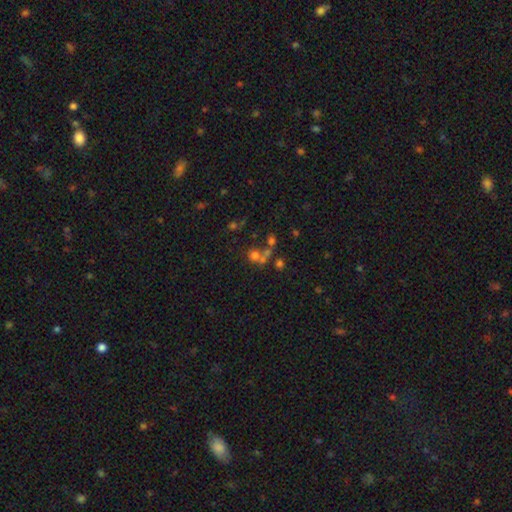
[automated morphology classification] Q: Smooth or featured?
A: smooth (55%); runner-up: star or artifact (27%)
Q: How rounded?
A: round (84%); runner-up: in between (15%)
Q: Merging?
A: none (46%); runner-up: merger (40%)